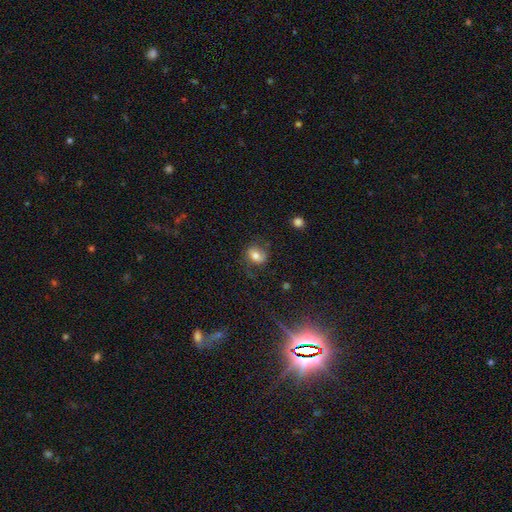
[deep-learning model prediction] smooth-or-featured: smooth: 69% | featured or disk: 21% | star or artifact: 11%
  how-rounded: in between: 59% | round: 40% | cigar-shaped: 1%
  merging: none: 66% | minor disturbance: 20% | major disturbance: 12% | merger: 2%